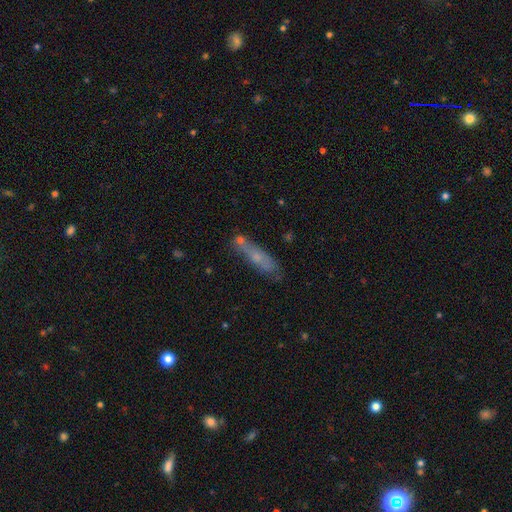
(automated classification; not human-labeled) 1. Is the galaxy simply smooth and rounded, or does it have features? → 50% smooth, 39% featured or disk, 11% star or artifact.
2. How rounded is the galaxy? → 76% cigar-shaped, 21% in between, 3% round.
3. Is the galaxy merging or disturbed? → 57% none, 21% minor disturbance, 15% merger, 8% major disturbance.